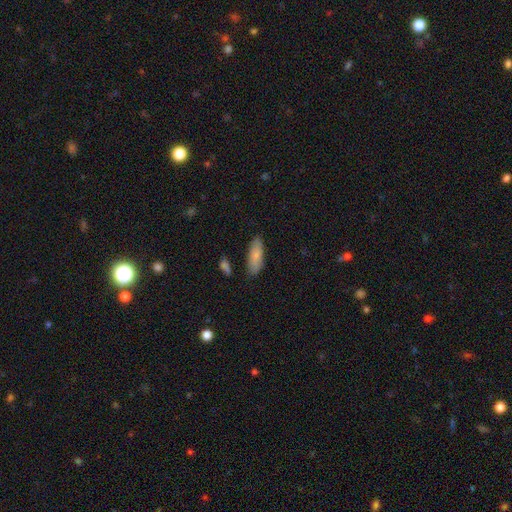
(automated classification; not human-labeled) A smooth galaxy with no disk features (82%) that is in between round and cigar-shaped (67%). Merging: none (81%).